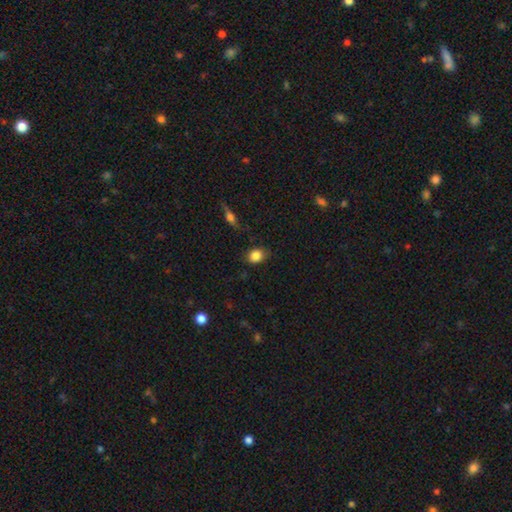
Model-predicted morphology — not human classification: This is clearly a smooth galaxy (85%). How rounded: possibly in between (49%, tied with round). Merging: likely none (77%).